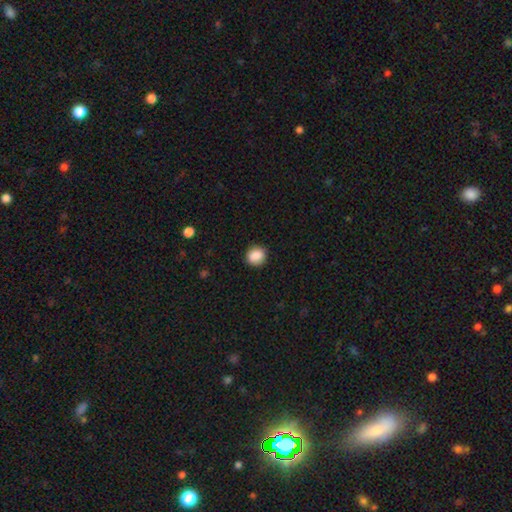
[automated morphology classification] type=smooth (88%); roundness=round (80%); merging=none (89%).